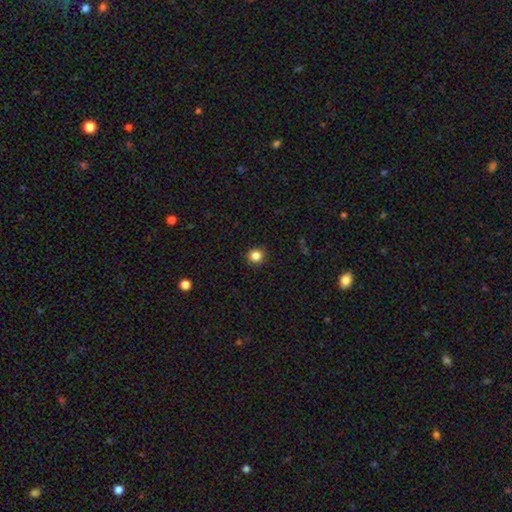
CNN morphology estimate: Smooth or featured: smooth — 85% (star or artifact — 11%)
How rounded: round — 91% (in between — 9%)
Merging: none — 92% (minor disturbance — 5%)